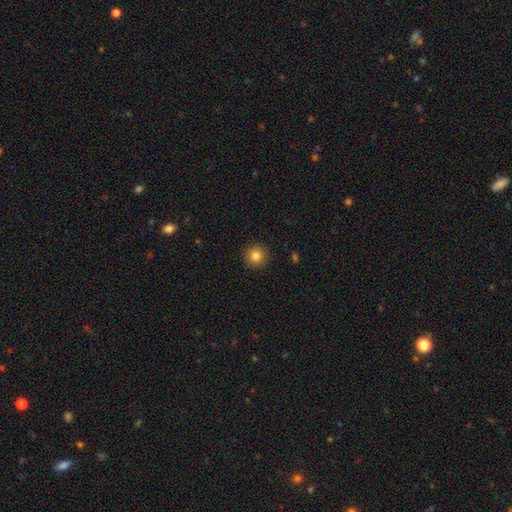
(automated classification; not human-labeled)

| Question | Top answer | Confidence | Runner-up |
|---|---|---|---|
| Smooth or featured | smooth | 83% | star or artifact (11%) |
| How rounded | round | 95% | in between (5%) |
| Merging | none | 92% | minor disturbance (5%) |